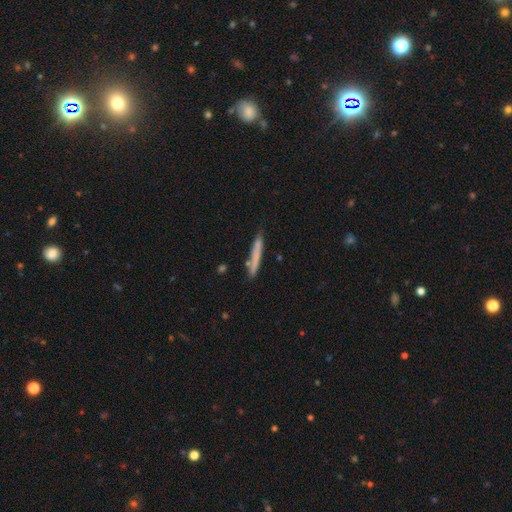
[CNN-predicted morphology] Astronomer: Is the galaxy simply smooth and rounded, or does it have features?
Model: smooth — 67%.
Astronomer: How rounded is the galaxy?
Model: cigar-shaped — 96%.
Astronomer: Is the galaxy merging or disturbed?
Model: none — 79%.